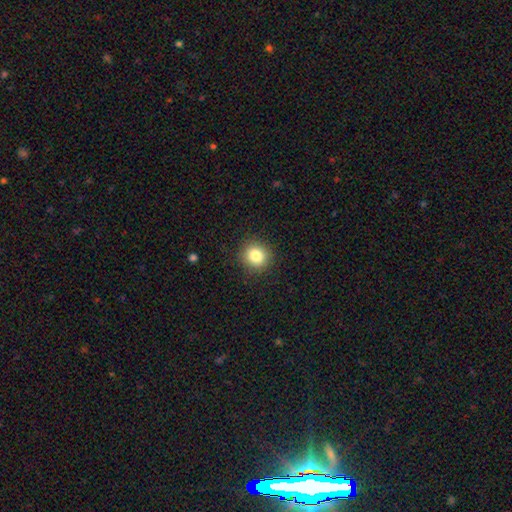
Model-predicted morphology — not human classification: Smooth or featured? smooth (83%)
How rounded? round (88%)
Merging? none (90%)